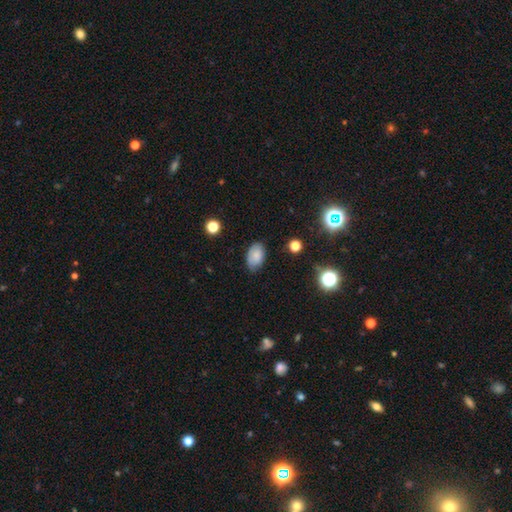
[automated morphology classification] smooth_or_featured: smooth (p=0.80) [alt: featured or disk p=0.10]
how_rounded: in between (p=0.91) [alt: round p=0.08]
merging: none (p=0.77) [alt: minor disturbance p=0.18]